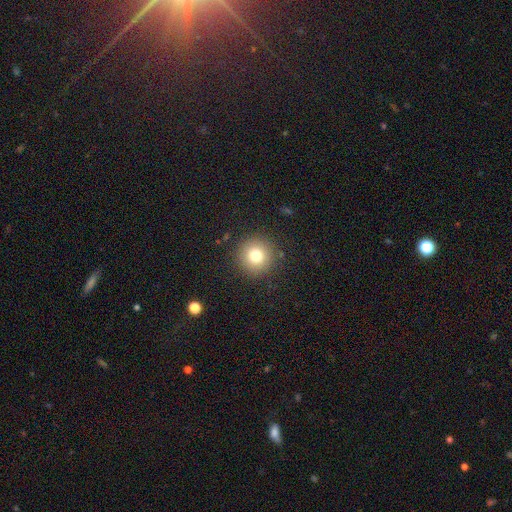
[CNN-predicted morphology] Q: Smooth or featured?
A: smooth (78%); runner-up: star or artifact (13%)
Q: How rounded?
A: round (95%); runner-up: in between (4%)
Q: Merging?
A: none (90%); runner-up: minor disturbance (6%)